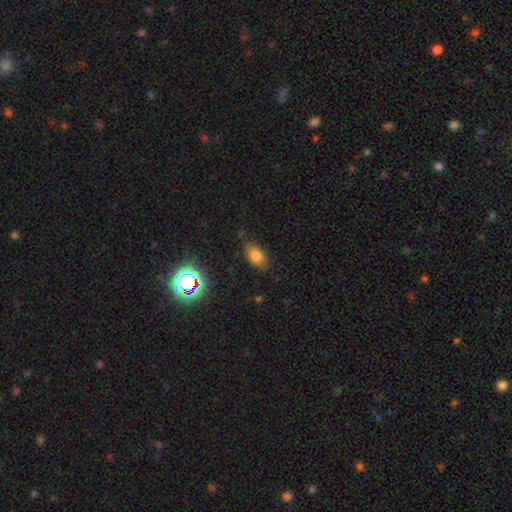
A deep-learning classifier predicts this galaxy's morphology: This appears to be a smooth galaxy with no disk features (73%) that is in between round and cigar-shaped (87%). Merging: none (79%).